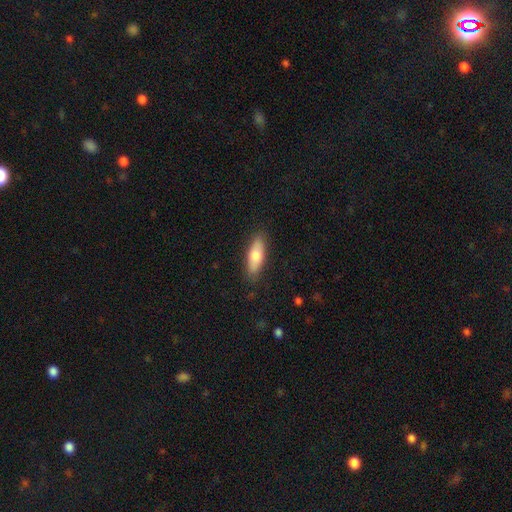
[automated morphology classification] Q: Smooth or featured?
A: smooth (70%); runner-up: featured or disk (24%)
Q: How rounded?
A: in between (59%); runner-up: cigar-shaped (39%)
Q: Merging?
A: none (85%); runner-up: minor disturbance (11%)